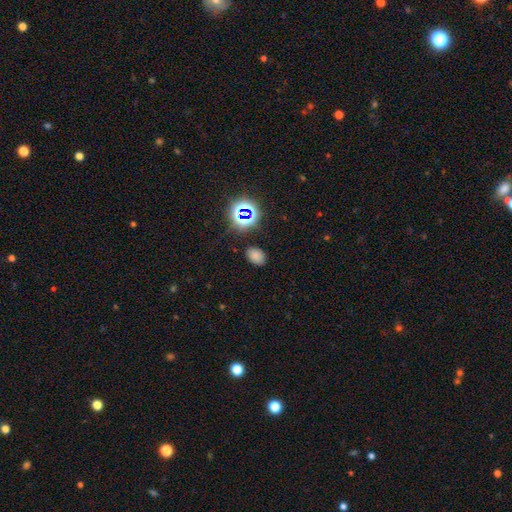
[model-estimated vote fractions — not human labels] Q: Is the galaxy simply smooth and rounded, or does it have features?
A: smooth — 71%.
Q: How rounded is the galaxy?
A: in between — 77%.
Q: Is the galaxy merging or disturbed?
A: none — 84%.